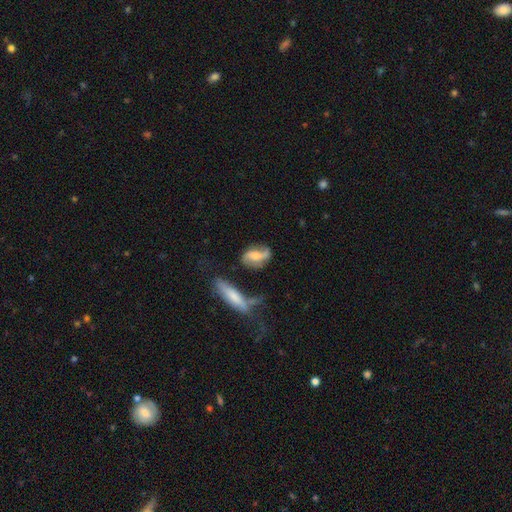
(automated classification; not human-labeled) A featured or disk galaxy (57%) with no bar (48%), spiral arms (87%) and a moderate central bulge (43%).

Vote fractions:
- Smooth or featured? featured or disk: 57% / smooth: 35% / star or artifact: 8%
- Edge-on disk? no: 90% / yes: 10%
- Bar? no: 48% / weak: 37% / strong: 16%
- Spiral arms? yes: 87% / no: 13%
- Bulge size? moderate: 43% / small: 31% / none: 15% / large: 9% / dominant: 2%
- Merging? none: 57% / minor disturbance: 24% / major disturbance: 11% / merger: 9%